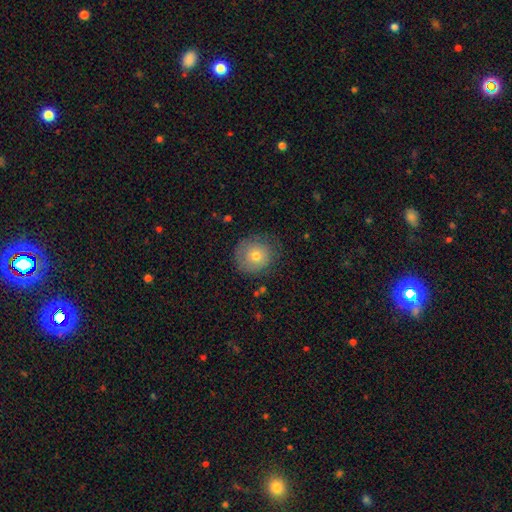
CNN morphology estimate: This appears to be a smooth galaxy with no disk features (73%) that is round (90%). Merging: none (75%).